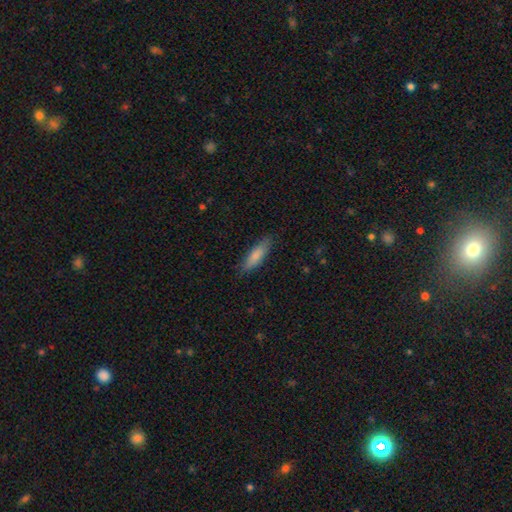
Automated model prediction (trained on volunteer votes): Smooth or featured?
  - smooth: 82% *
  - featured or disk: 12%
  - star or artifact: 6%
How rounded?
  - cigar-shaped: 61% *
  - in between: 37%
  - round: 2%
Merging?
  - none: 85% *
  - minor disturbance: 12%
  - major disturbance: 2%
  - merger: 1%